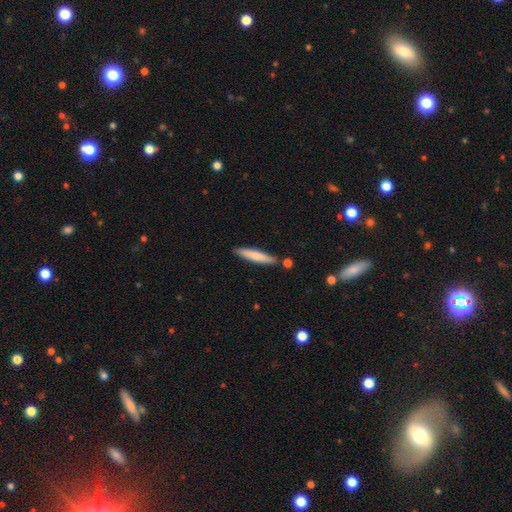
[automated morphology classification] The model was most divided on "smooth or featured": smooth: 75%, featured or disk: 20%, star or artifact: 5%. More confident: how rounded — cigar-shaped (88%); merging — none (83%).